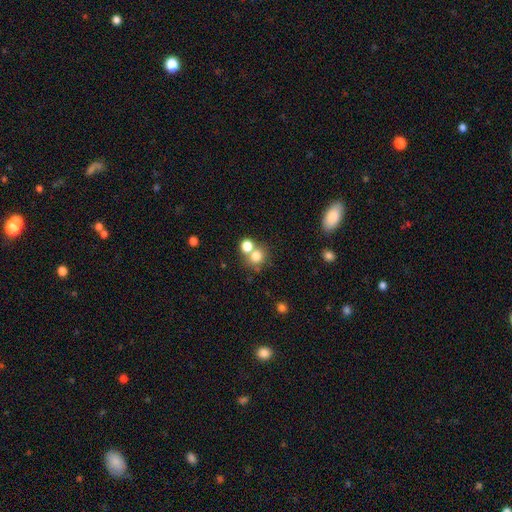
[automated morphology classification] Smooth or featured?
  - smooth: 76% *
  - star or artifact: 14%
  - featured or disk: 10%
How rounded?
  - round: 83% *
  - in between: 17%
  - cigar-shaped: 1%
Merging?
  - none: 53% *
  - merger: 36%
  - minor disturbance: 7%
  - major disturbance: 4%